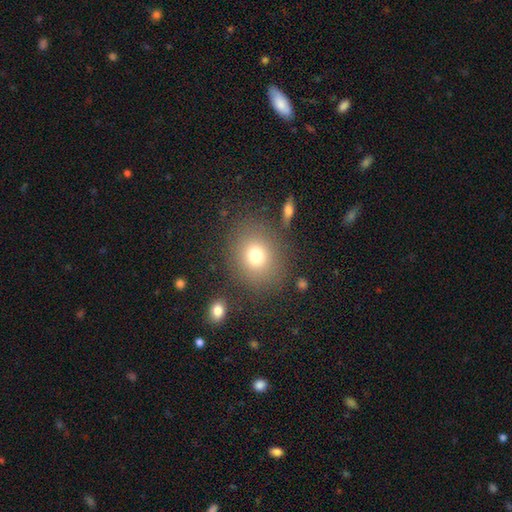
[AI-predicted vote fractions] Overall: smooth (75%). How rounded: round (64%; in between 35%). Merging: none (80%).